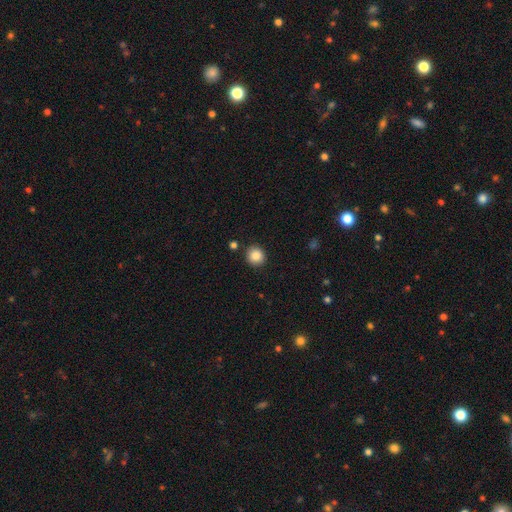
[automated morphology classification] The model was most divided on "smooth or featured": smooth: 86%, star or artifact: 10%, featured or disk: 4%. More confident: how rounded — round (90%); merging — none (89%).